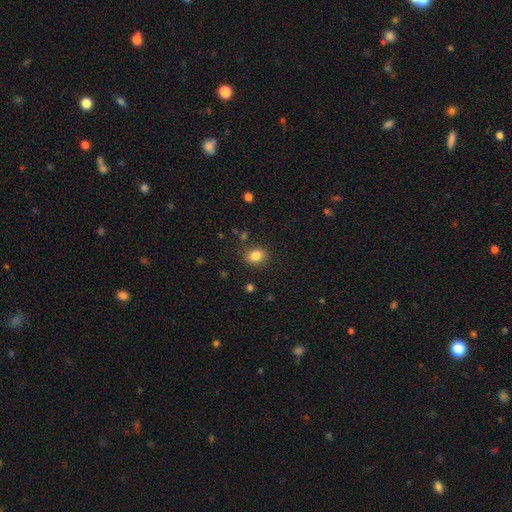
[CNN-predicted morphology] smooth_or_featured: smooth (p=0.84) [alt: star or artifact p=0.10]
how_rounded: in between (p=0.59) [alt: round p=0.40]
merging: none (p=0.85) [alt: minor disturbance p=0.10]